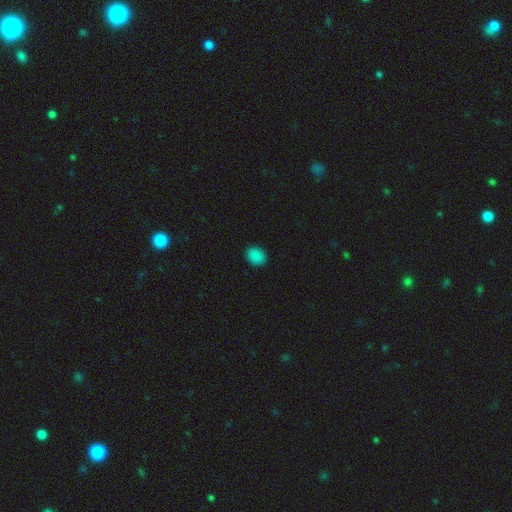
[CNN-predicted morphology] Overall: smooth (87%). How rounded: in between (50%; round 49%). Merging: none (90%).